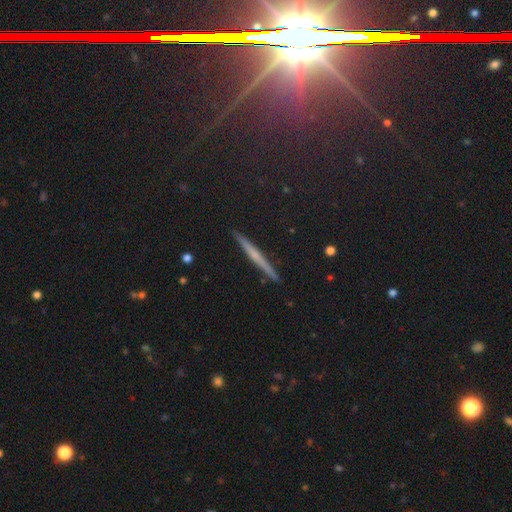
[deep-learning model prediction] Smooth or featured? Predicted: featured or disk (p=0.57). Edge-on disk? Predicted: yes (p=0.97). Edge-on bulge? Predicted: none (p=0.53). Merging? Predicted: none (p=0.91).